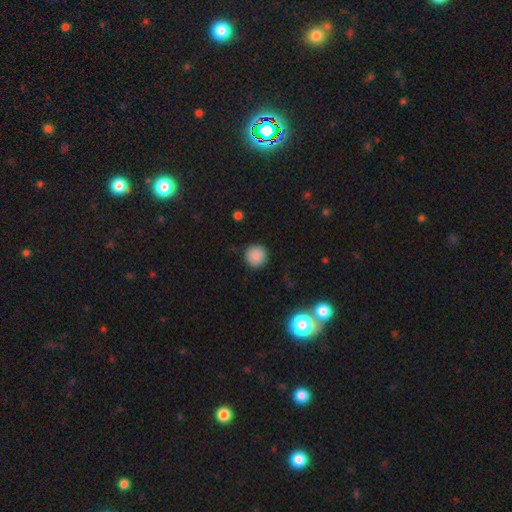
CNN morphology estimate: Smooth or featured?
  - smooth: 87% *
  - star or artifact: 10%
  - featured or disk: 4%
How rounded?
  - round: 94% *
  - in between: 5%
  - cigar-shaped: 1%
Merging?
  - none: 90% *
  - minor disturbance: 7%
  - major disturbance: 2%
  - merger: 1%